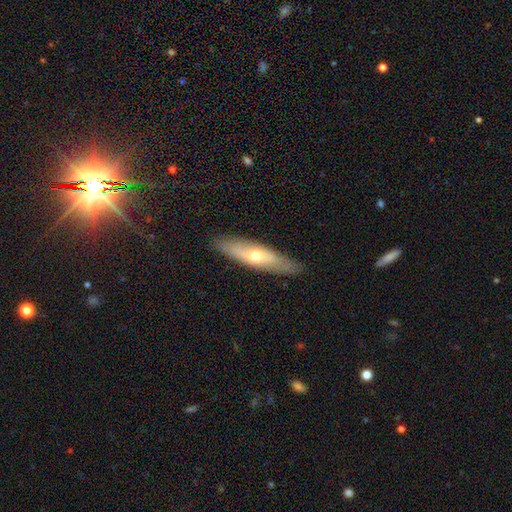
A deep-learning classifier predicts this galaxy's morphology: type=smooth (49%); merging=none (87%).